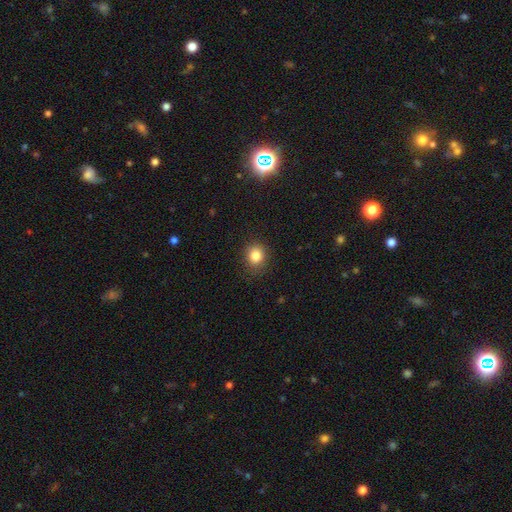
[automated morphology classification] Q: Smooth or featured?
A: smooth (84%); runner-up: star or artifact (11%)
Q: How rounded?
A: round (78%); runner-up: in between (22%)
Q: Merging?
A: none (85%); runner-up: minor disturbance (11%)